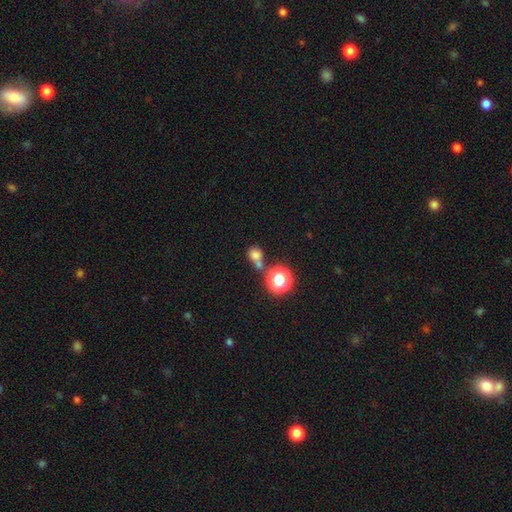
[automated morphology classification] The model was most divided on "merging": none: 49%, merger: 35%, minor disturbance: 10%, major disturbance: 5%. More confident: how rounded — round (76%); smooth or featured — smooth (73%).